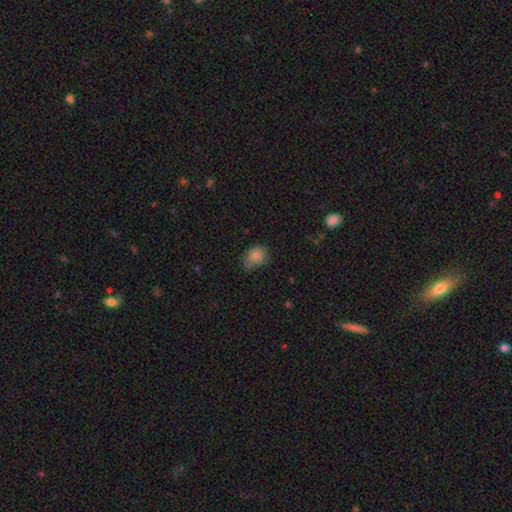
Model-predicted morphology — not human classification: smooth_or_featured: smooth (p=0.78) [alt: featured or disk p=0.12]
how_rounded: in between (p=0.59) [alt: round p=0.40]
merging: none (p=0.55) [alt: minor disturbance p=0.35]